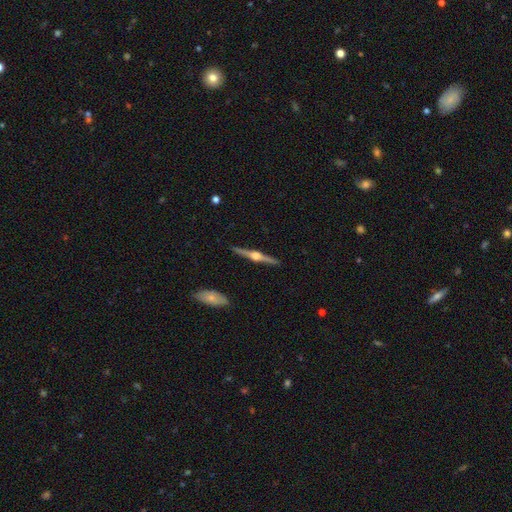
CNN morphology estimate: Smooth or featured? Predicted: featured or disk (p=0.87). Edge-on disk? Predicted: yes (p=0.99). Edge-on bulge? Predicted: rounded (p=0.94). Merging? Predicted: none (p=0.92).